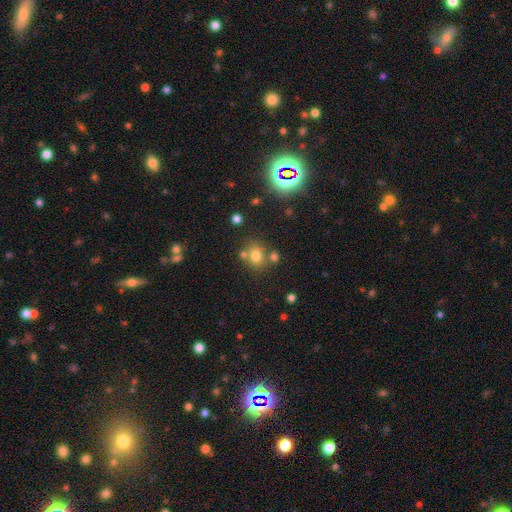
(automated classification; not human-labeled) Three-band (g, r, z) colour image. It shows a smooth galaxy with no disk features (72%) that is round (65%). Merging: none (64%).